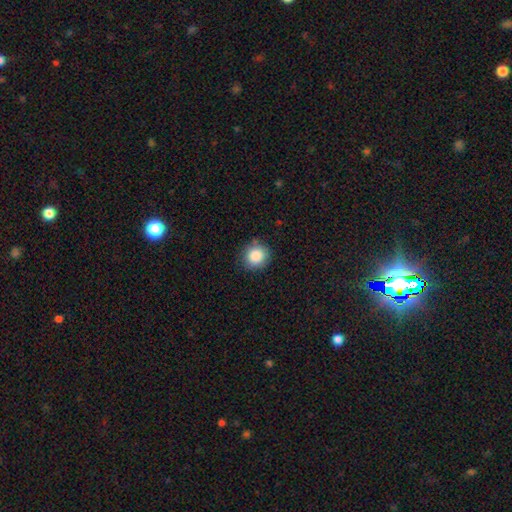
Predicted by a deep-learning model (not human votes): Smooth or featured: smooth — 87% (star or artifact — 9%)
How rounded: round — 88% (in between — 11%)
Merging: none — 84% (minor disturbance — 11%)